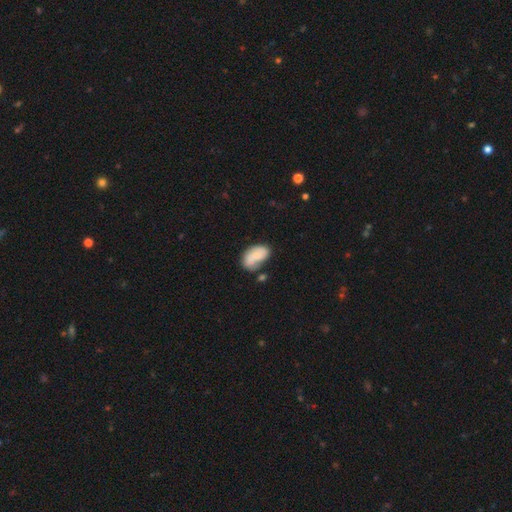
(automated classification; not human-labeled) smooth_or_featured: smooth (p=0.60) [alt: featured or disk p=0.32]
how_rounded: in between (p=0.91) [alt: round p=0.07]
merging: none (p=0.42) [alt: minor disturbance p=0.28]